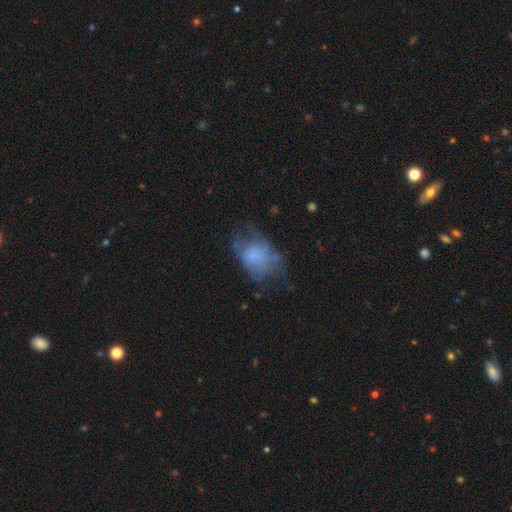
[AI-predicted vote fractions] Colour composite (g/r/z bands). It shows a smooth galaxy with no disk features (56%) that is in between round and cigar-shaped (76%). Merging: none (34%).